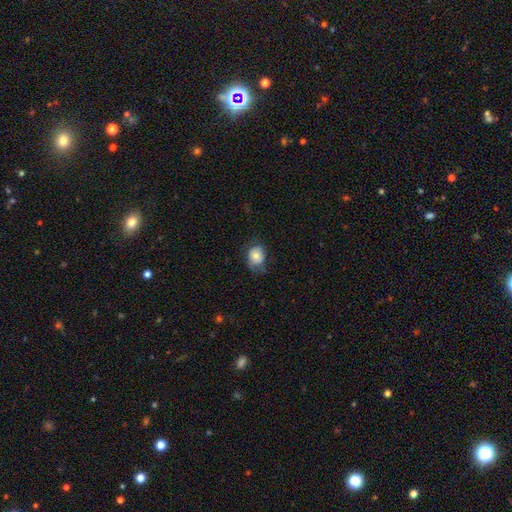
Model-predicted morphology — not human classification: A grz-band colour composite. It shows a smooth galaxy with no disk features (68%) that is round (51%). Merging: none (59%).